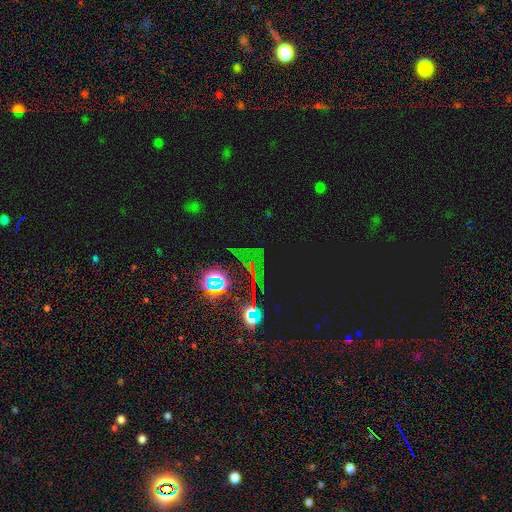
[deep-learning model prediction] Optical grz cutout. It shows a star or artifact, not a galaxy (76%).